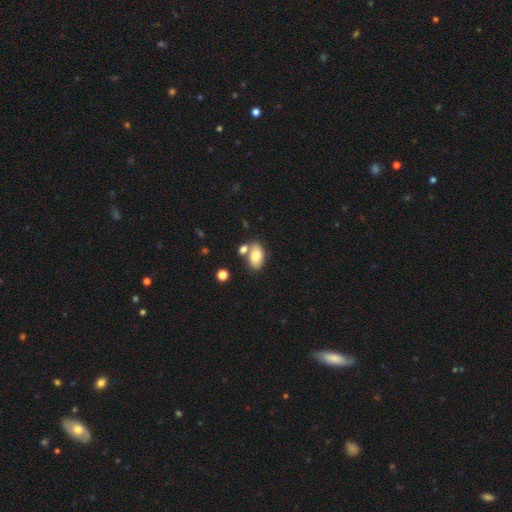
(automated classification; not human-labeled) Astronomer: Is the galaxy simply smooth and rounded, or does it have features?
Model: smooth — 80%.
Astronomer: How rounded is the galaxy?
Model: in between — 91%.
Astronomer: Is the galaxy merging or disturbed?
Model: none — 55%.